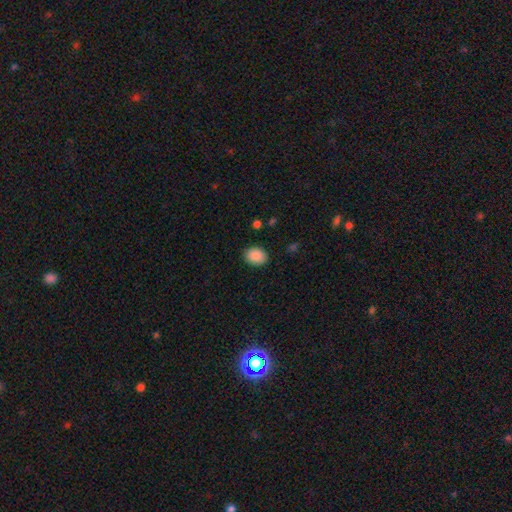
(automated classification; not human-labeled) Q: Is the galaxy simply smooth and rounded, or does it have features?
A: smooth — 89%.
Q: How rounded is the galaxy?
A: in between — 58%.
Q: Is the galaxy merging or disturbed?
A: none — 87%.